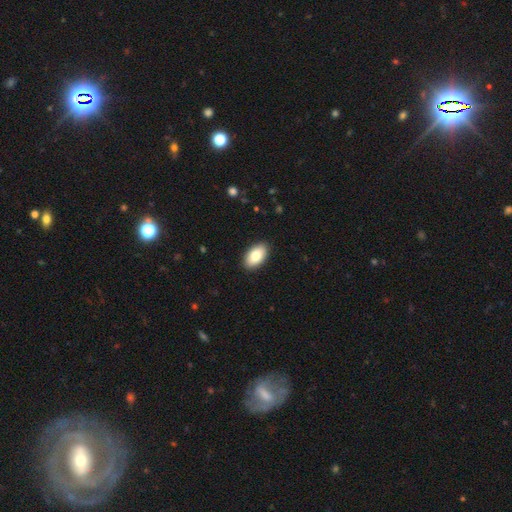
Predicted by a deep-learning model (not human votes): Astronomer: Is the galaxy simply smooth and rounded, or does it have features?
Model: smooth — 82%.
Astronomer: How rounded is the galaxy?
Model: in between — 95%.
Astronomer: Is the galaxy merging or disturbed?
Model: none — 90%.